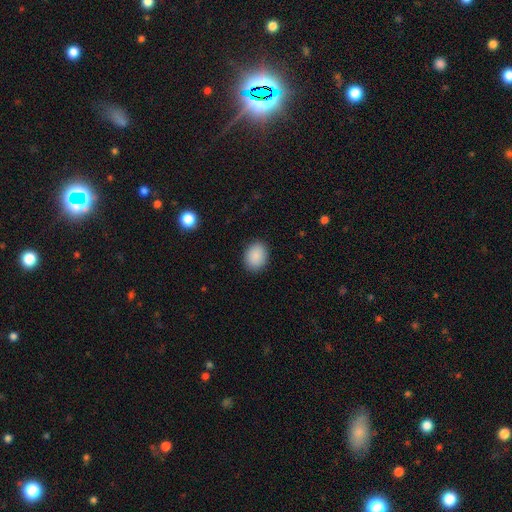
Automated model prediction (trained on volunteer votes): Smooth or featured?
  - smooth: 90% *
  - star or artifact: 7%
  - featured or disk: 3%
How rounded?
  - in between: 65% *
  - round: 34%
  - cigar-shaped: 1%
Merging?
  - none: 88% *
  - minor disturbance: 9%
  - major disturbance: 2%
  - merger: 1%